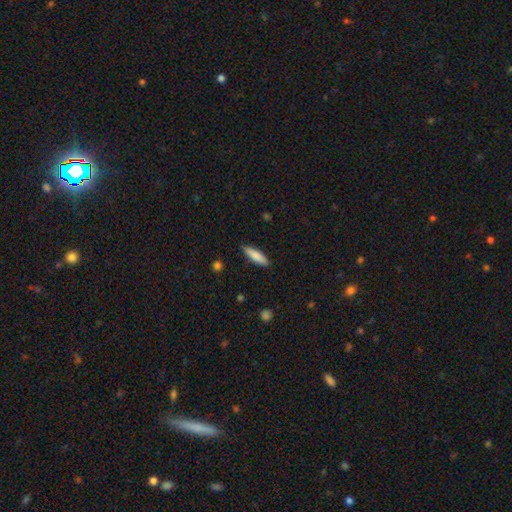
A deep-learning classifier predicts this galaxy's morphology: type=smooth (82%); roundness=cigar-shaped (67%); merging=none (86%).